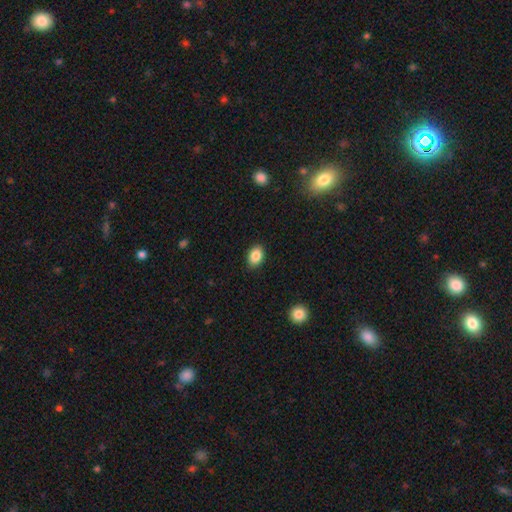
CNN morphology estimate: smooth_or_featured: smooth (p=0.87) [alt: star or artifact p=0.08]
how_rounded: in between (p=0.83) [alt: round p=0.15]
merging: none (p=0.88) [alt: minor disturbance p=0.09]